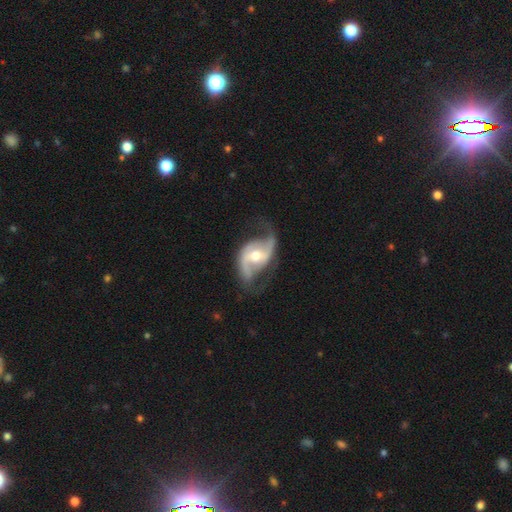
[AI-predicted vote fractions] Morphology: type=featured or disk (88%); edge-on=no (97%); bar=weak (41%); spiral arms=yes (95%); winding=loose (50%); arm count=2 (90%); bulge=moderate (68%); merging=none (65%).